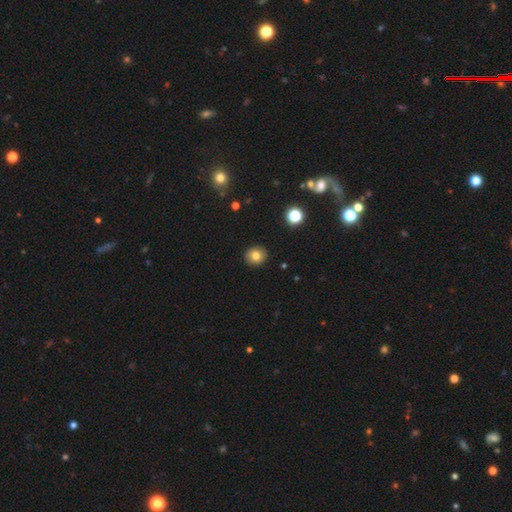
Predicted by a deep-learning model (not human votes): smooth 80%, star or artifact 11%, featured or disk 10%. Down the decision tree: how rounded — round (84%); merging — none (91%).